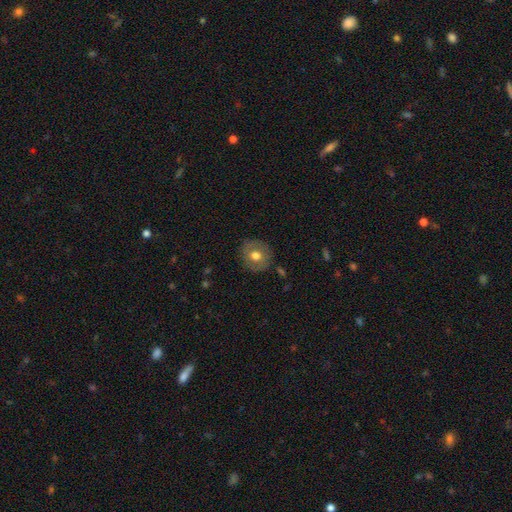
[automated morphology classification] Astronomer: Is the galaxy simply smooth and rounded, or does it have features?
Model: smooth — 65%.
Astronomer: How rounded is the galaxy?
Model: round — 88%.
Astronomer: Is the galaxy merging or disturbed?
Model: none — 86%.